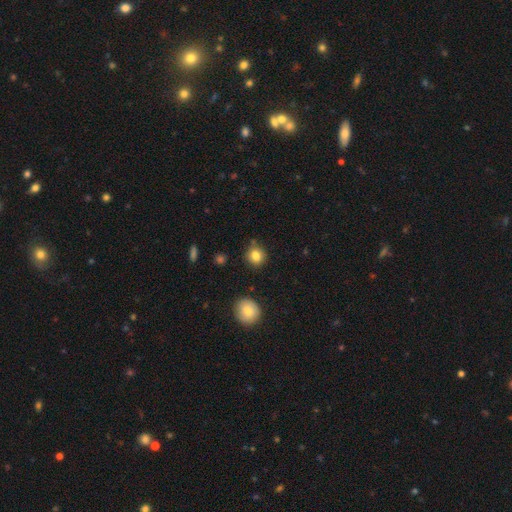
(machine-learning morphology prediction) The model was most divided on "smooth or featured": smooth: 84%, star or artifact: 11%, featured or disk: 5%. More confident: how rounded — round (89%); merging — none (84%).